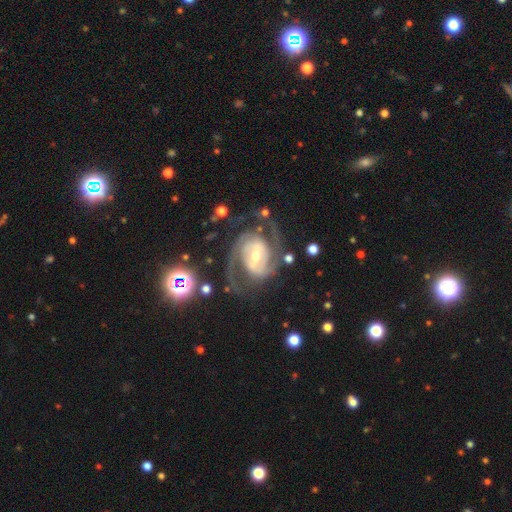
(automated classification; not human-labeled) Smooth or featured?
  - featured or disk: 91% *
  - star or artifact: 5%
  - smooth: 4%
Edge-on disk?
  - no: 97% *
  - yes: 3%
Bar?
  - weak: 45% *
  - strong: 39%
  - no: 15%
Spiral arms?
  - yes: 98% *
  - no: 2%
Spiral winding?
  - medium: 52% *
  - tight: 35%
  - loose: 13%
Spiral arm count?
  - 2: 82% *
  - 3: 8%
  - can't tell: 5%
  - 1: 2%
  - 4: 2%
  - more than 4: 2%
Bulge size?
  - moderate: 56% *
  - small: 35%
  - large: 6%
  - none: 2%
  - dominant: 1%
Merging?
  - none: 69% *
  - minor disturbance: 15%
  - major disturbance: 13%
  - merger: 3%